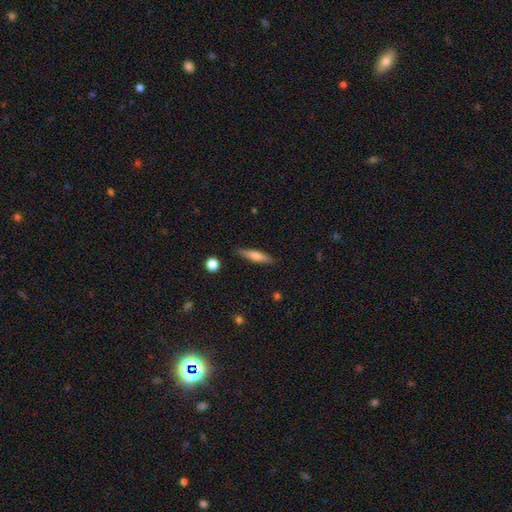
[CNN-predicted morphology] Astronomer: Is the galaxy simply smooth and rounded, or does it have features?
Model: smooth — 64%.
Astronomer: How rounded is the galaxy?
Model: cigar-shaped — 84%.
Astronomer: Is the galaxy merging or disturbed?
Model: none — 88%.